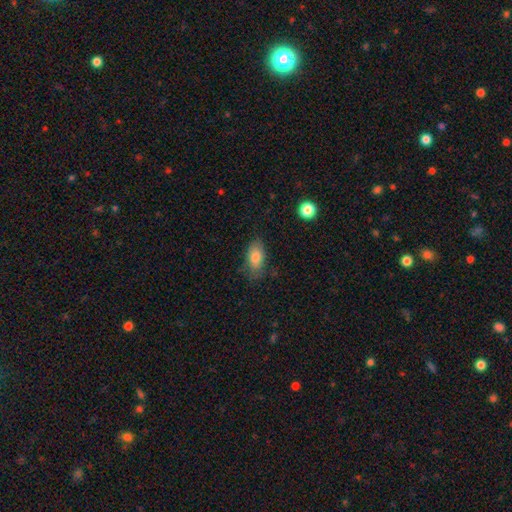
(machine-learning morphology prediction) smooth 78%, featured or disk 13%, star or artifact 9%. Down the decision tree: how rounded — in between (89%); merging — none (75%).